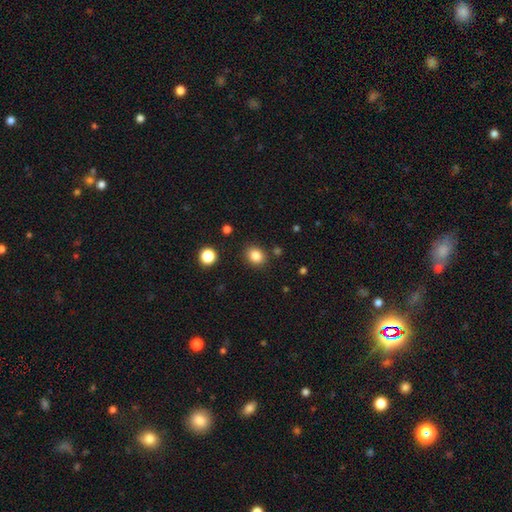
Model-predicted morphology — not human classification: smooth 84%, star or artifact 11%, featured or disk 5%. Down the decision tree: how rounded — round (65%); merging — none (86%).